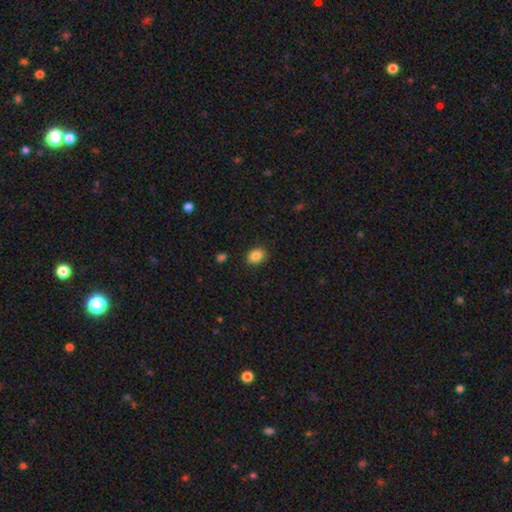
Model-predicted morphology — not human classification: Smooth or featured?
  - smooth: 86% *
  - star or artifact: 9%
  - featured or disk: 5%
How rounded?
  - in between: 61% *
  - round: 38%
  - cigar-shaped: 1%
Merging?
  - none: 88% *
  - minor disturbance: 9%
  - major disturbance: 2%
  - merger: 1%